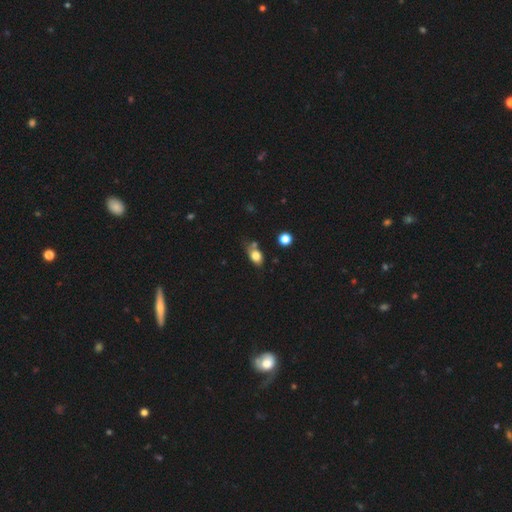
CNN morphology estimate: This appears to be a smooth galaxy with no disk features (79%) that is in between round and cigar-shaped (75%). Merging: none (55%).